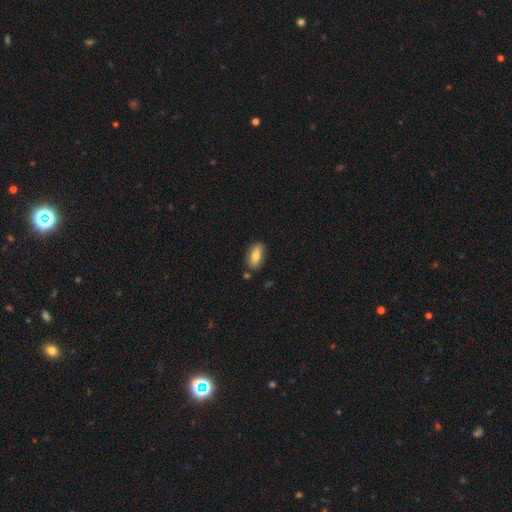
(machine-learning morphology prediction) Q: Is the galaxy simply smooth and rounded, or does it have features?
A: smooth — 80%.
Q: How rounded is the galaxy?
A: in between — 84%.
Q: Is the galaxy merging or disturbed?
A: none — 80%.